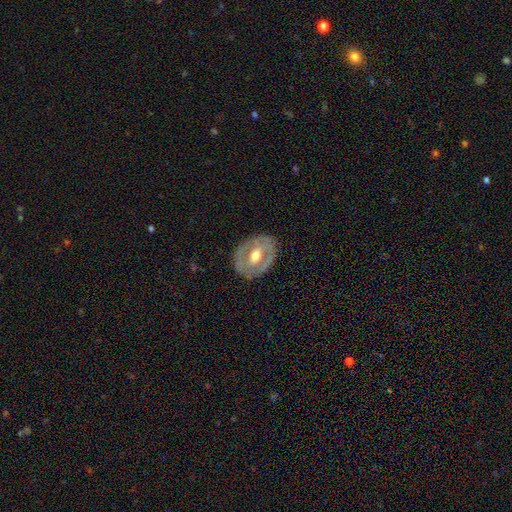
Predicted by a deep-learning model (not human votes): Smooth or featured? Predicted: featured or disk (p=0.65). Edge-on disk? Predicted: no (p=0.93). Bar? Predicted: no (p=0.39). Spiral arms? Predicted: no (p=0.74). Bulge size? Predicted: moderate (p=0.73). Merging? Predicted: none (p=0.80).